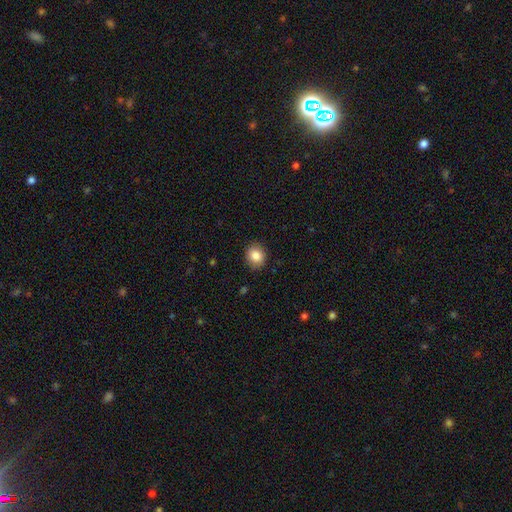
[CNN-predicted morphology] smooth 86%, star or artifact 8%, featured or disk 6%. Down the decision tree: how rounded — round (68%); merging — none (87%).